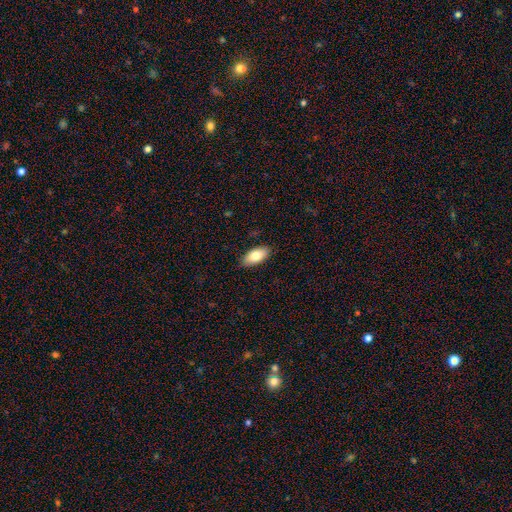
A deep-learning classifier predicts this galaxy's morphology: Smooth or featured? Predicted: smooth (p=0.81). How rounded? Predicted: in between (p=0.92). Merging? Predicted: none (p=0.87).